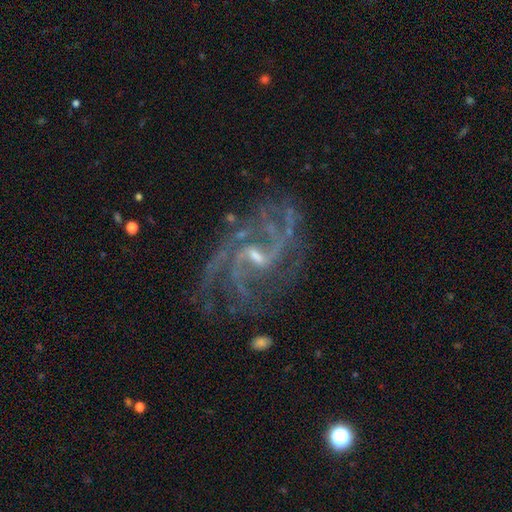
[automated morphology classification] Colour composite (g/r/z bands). It shows a featured or disk galaxy (86%) with a weak bar (53%), 2 (26%) medium (48%) spiral arms (97%) and a small central bulge (69%). Merging: none (71%).